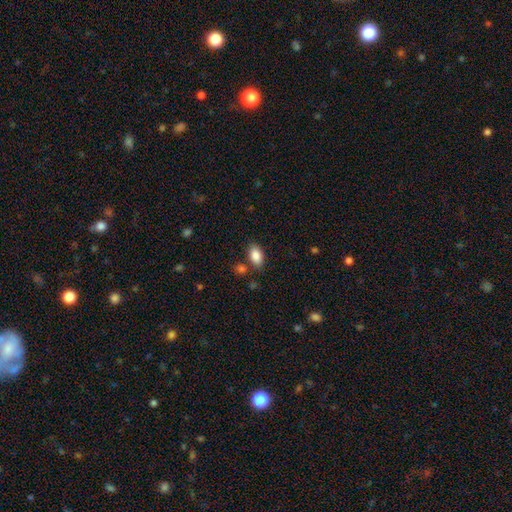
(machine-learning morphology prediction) A smooth galaxy with no disk features (87%) that is in between round and cigar-shaped (91%).

Vote fractions:
- Smooth or featured? smooth: 87% / star or artifact: 8% / featured or disk: 5%
- How rounded? in between: 91% / round: 6% / cigar-shaped: 2%
- Merging? none: 78% / minor disturbance: 13% / merger: 6% / major disturbance: 3%